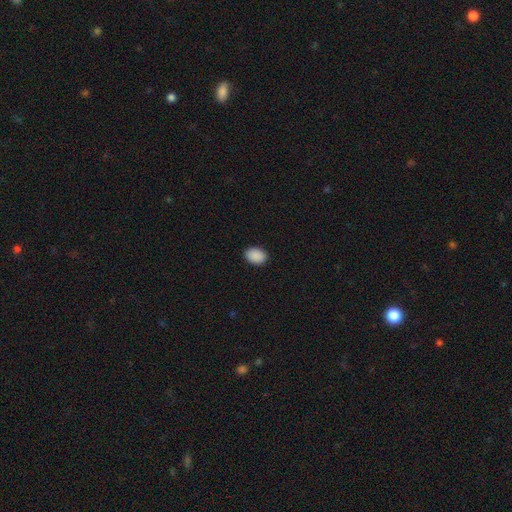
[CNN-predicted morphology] Overall: smooth (90%). How rounded: in between (74%). Merging: none (90%).